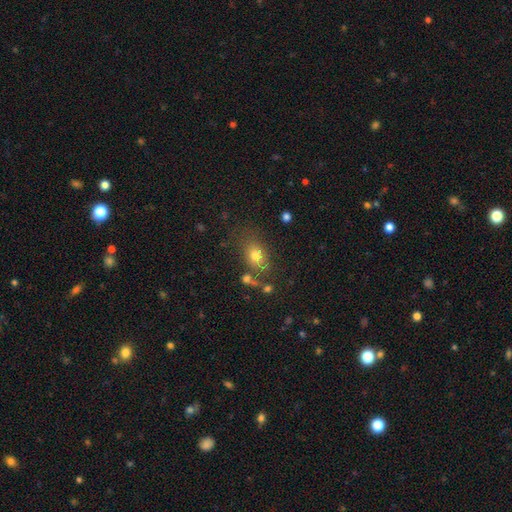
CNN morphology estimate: smooth-or-featured: smooth: 72% | star or artifact: 15% | featured or disk: 14%
  how-rounded: in between: 64% | round: 34% | cigar-shaped: 2%
  merging: none: 63% | minor disturbance: 17% | merger: 12% | major disturbance: 8%